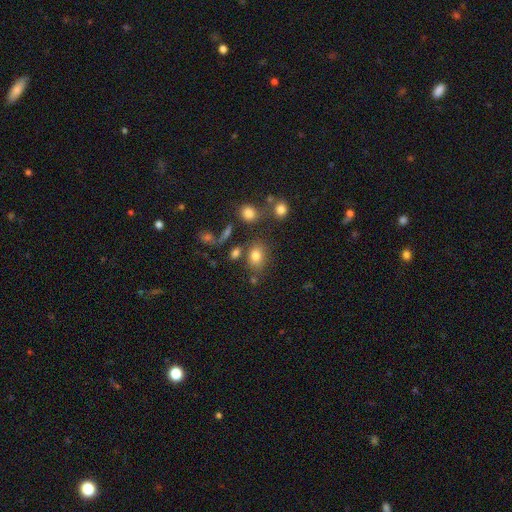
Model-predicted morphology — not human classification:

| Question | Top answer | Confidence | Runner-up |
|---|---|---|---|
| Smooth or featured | smooth | 78% | star or artifact (12%) |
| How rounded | in between | 66% | round (32%) |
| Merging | none | 70% | minor disturbance (13%) |